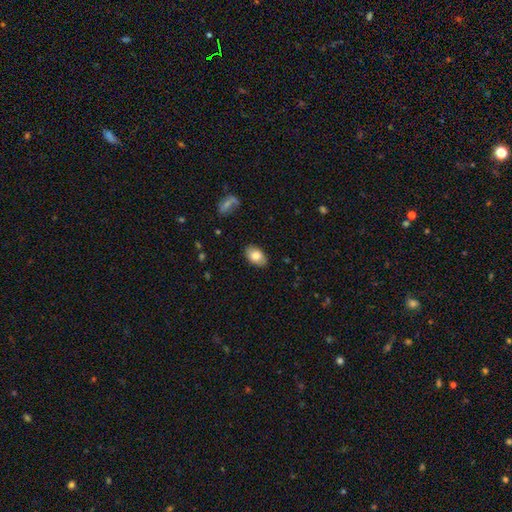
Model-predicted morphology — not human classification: This is clearly a smooth galaxy (81%). How rounded: clearly in between (90%). Merging: clearly none (87%).